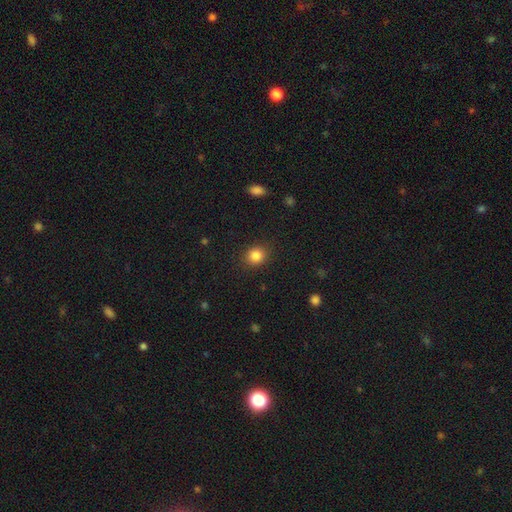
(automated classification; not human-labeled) A smooth galaxy with no disk features (84%) that is round (76%).

Vote fractions:
- Smooth or featured? smooth: 84% / star or artifact: 11% / featured or disk: 5%
- How rounded? round: 76% / in between: 23% / cigar-shaped: 1%
- Merging? none: 89% / minor disturbance: 8% / major disturbance: 3% / merger: 1%